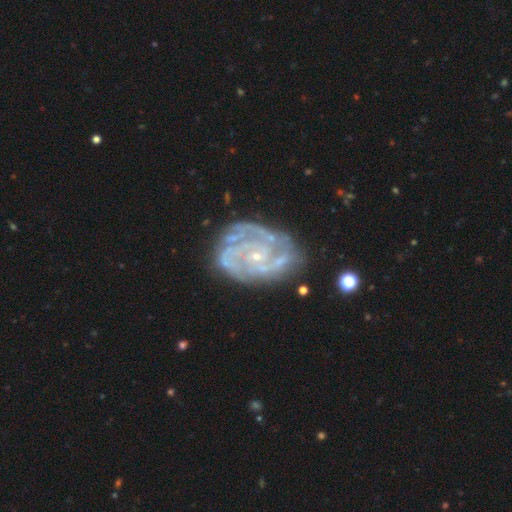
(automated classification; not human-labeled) Smooth or featured?
  - featured or disk: 88% *
  - star or artifact: 6%
  - smooth: 6%
Edge-on disk?
  - no: 98% *
  - yes: 2%
Bar?
  - no: 69% *
  - weak: 24%
  - strong: 7%
Spiral arms?
  - yes: 96% *
  - no: 4%
Spiral winding?
  - tight: 63% *
  - medium: 32%
  - loose: 6%
Spiral arm count?
  - 3: 27% *
  - can't tell: 22%
  - 2: 21%
  - 4: 17%
  - more than 4: 7%
  - 1: 7%
Bulge size?
  - small: 83% *
  - moderate: 12%
  - none: 3%
  - large: 1%
  - dominant: 1%
Merging?
  - none: 67% *
  - minor disturbance: 21%
  - major disturbance: 10%
  - merger: 3%